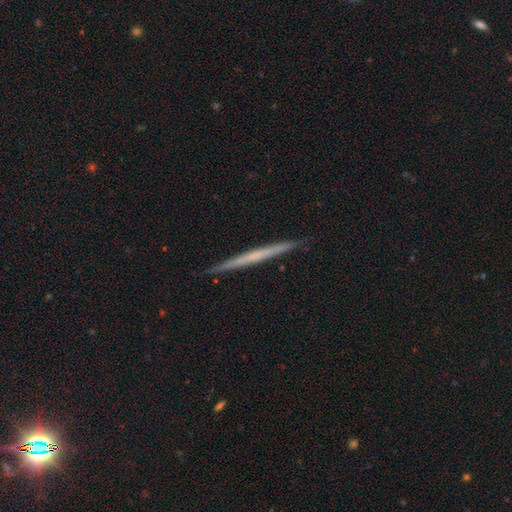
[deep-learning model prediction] Smooth or featured?
  - featured or disk: 56% *
  - smooth: 39%
  - star or artifact: 5%
Edge-on disk?
  - yes: 98% *
  - no: 2%
Edge-on bulge?
  - none: 89% *
  - rounded: 8%
  - boxy: 4%
Merging?
  - none: 92% *
  - minor disturbance: 6%
  - major disturbance: 1%
  - merger: 1%